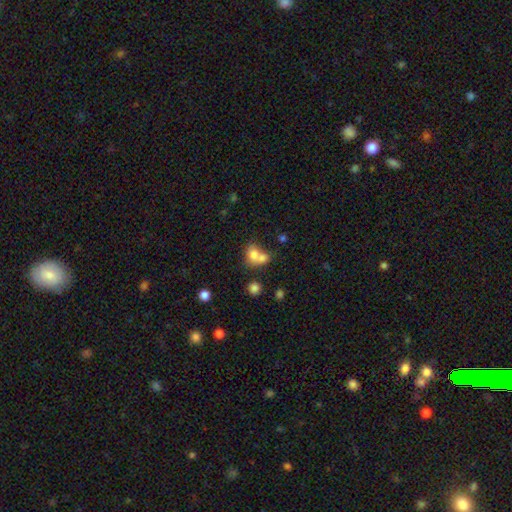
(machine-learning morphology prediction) A smooth galaxy with no disk features (73%) that is round (54%). Merging: merger (63%).